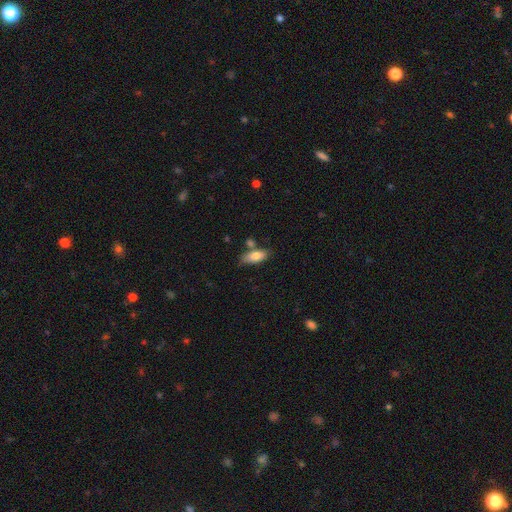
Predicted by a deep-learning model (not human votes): This is likely a smooth galaxy (78%). How rounded: clearly in between (81%). Merging: likely none (69%).